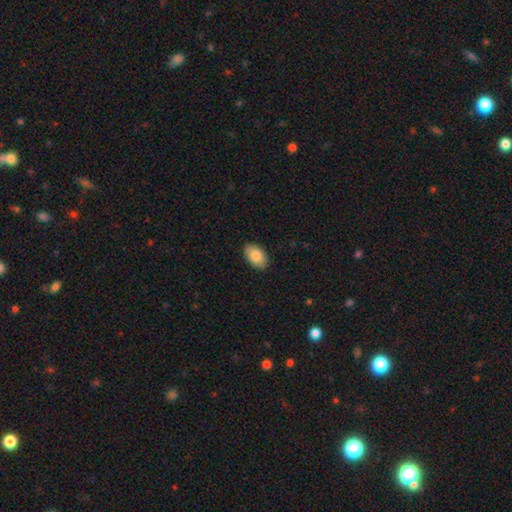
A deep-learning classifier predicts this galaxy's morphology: type=smooth (85%); roundness=in between (91%); merging=none (89%).